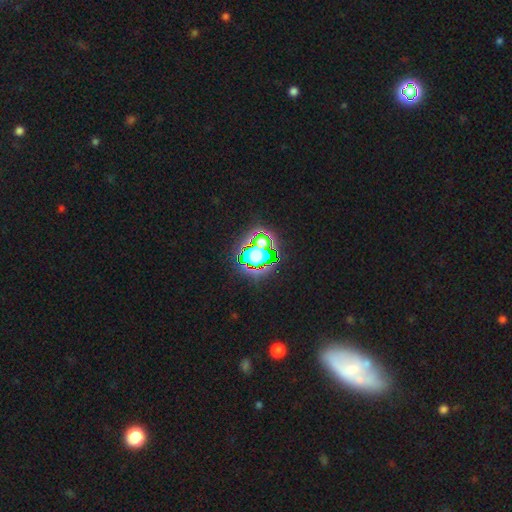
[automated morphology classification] This appears to be a star or artifact, not a galaxy (65%).